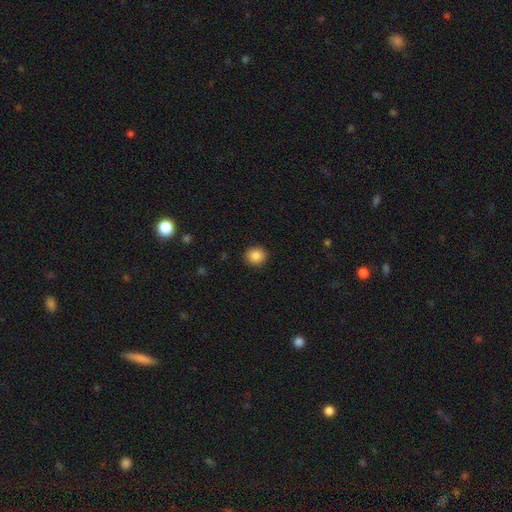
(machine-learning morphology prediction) Smooth or featured? smooth (87%)
How rounded? round (82%)
Merging? none (91%)